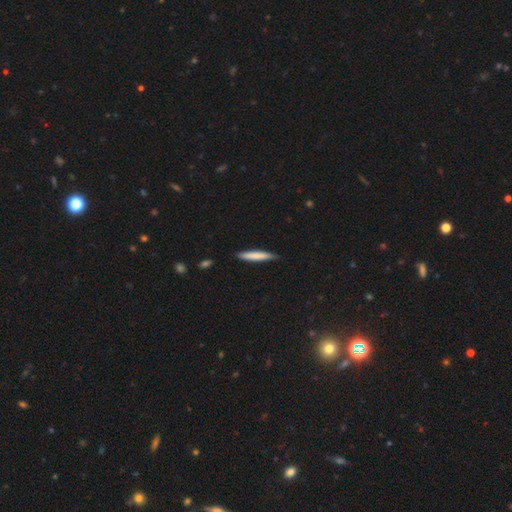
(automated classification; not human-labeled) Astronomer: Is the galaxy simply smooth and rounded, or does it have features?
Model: smooth — 75%.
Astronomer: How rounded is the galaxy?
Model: cigar-shaped — 93%.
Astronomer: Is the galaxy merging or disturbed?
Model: none — 87%.